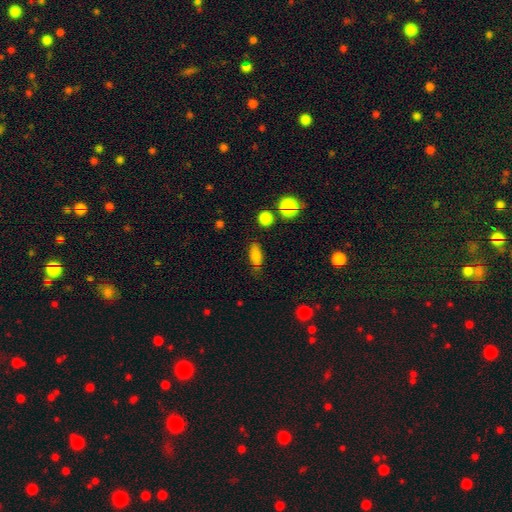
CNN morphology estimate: This is likely a smooth galaxy (80%). How rounded: likely in between (79%). Merging: likely none (69%).